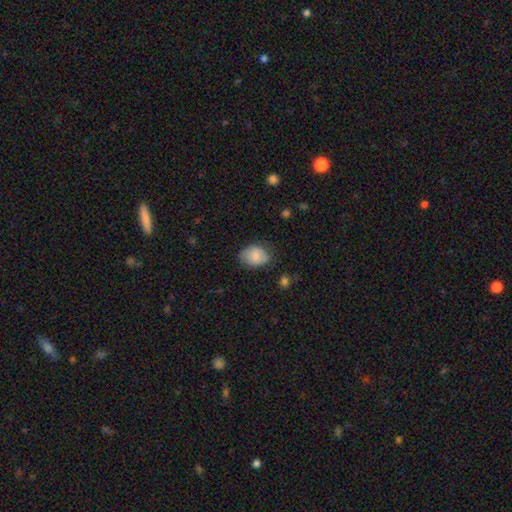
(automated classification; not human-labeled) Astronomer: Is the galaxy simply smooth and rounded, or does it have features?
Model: smooth — 81%.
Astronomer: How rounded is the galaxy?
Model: in between — 68%.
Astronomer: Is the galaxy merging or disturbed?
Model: none — 68%.